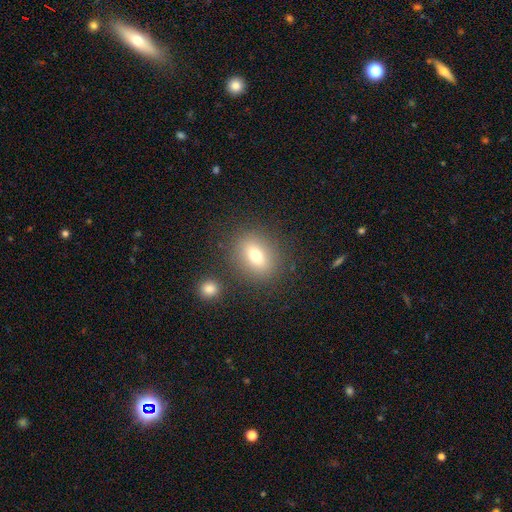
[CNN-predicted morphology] smooth_or_featured: smooth (p=0.72) [alt: featured or disk p=0.16]
how_rounded: in between (p=0.56) [alt: round p=0.42]
merging: none (p=0.82) [alt: minor disturbance p=0.10]